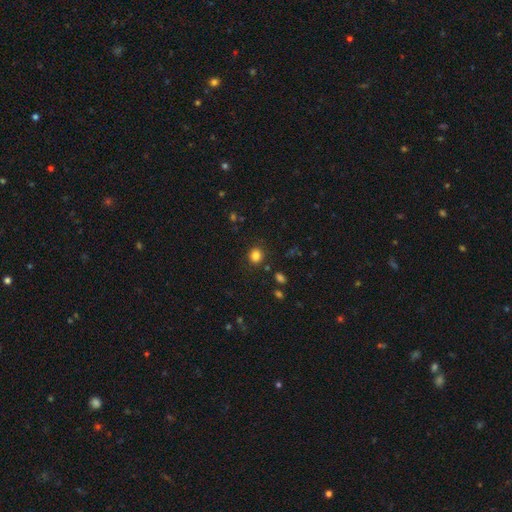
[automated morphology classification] Smooth or featured: smooth — 82% (star or artifact — 13%)
How rounded: round — 81% (in between — 18%)
Merging: none — 87% (minor disturbance — 8%)